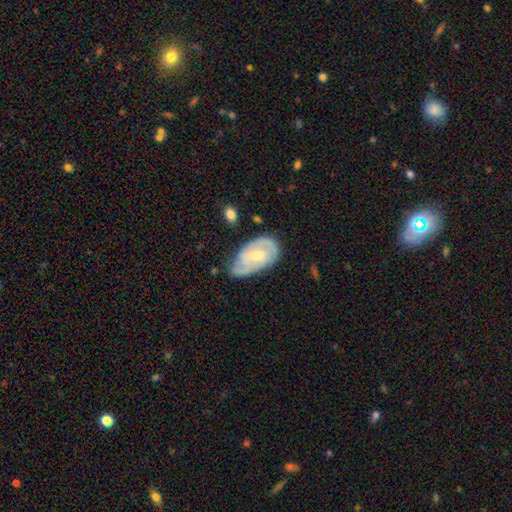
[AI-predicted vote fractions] Morphology: type=featured or disk (70%); edge-on=no (96%); bar=weak (55%); spiral arms=yes (88%); winding=tight (46%); arm count=2 (53%); bulge=small (51%); merging=none (56%).